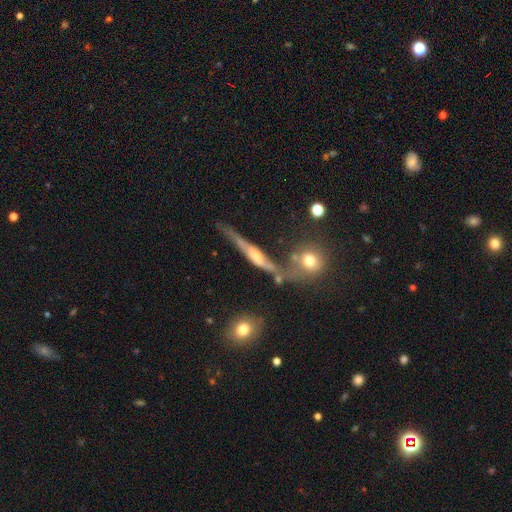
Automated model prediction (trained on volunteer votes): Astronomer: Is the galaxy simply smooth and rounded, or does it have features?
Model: featured or disk — 71%.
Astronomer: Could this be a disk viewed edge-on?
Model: yes — 78%.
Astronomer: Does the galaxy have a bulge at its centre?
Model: rounded — 72%.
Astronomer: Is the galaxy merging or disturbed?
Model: none — 44% (runner-up: minor disturbance, 23%).